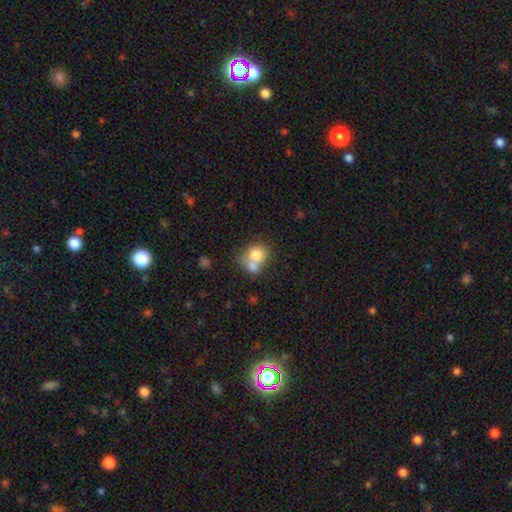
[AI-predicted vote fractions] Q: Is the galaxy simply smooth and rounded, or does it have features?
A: smooth — 75%.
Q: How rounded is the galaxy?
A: round — 71%.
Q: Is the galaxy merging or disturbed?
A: merger — 58%.